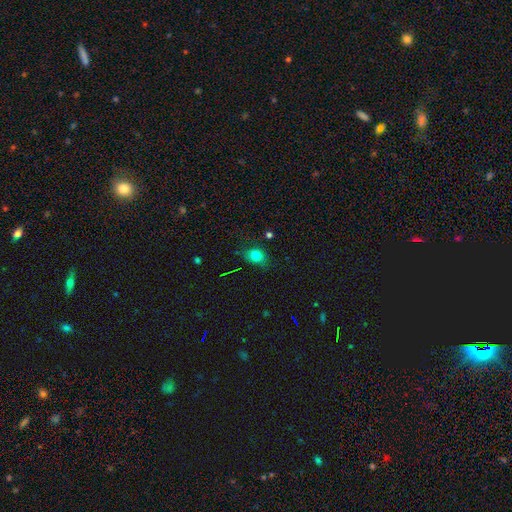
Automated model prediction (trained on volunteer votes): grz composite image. It shows a smooth galaxy with no disk features (79%) that is in between round and cigar-shaped (50%). Merging: none (74%).